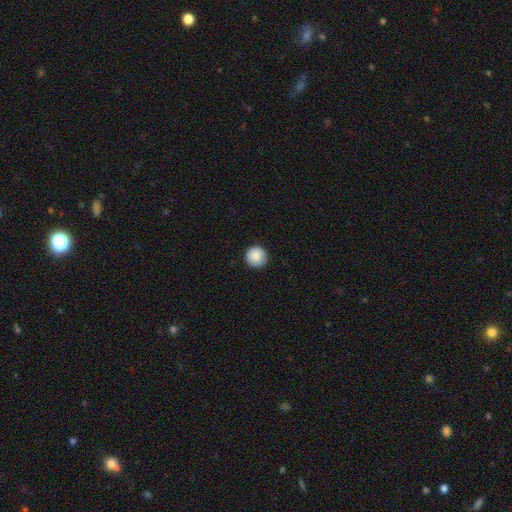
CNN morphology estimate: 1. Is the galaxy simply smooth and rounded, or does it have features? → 87% smooth, 8% star or artifact, 5% featured or disk.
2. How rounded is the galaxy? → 96% round, 3% in between, 1% cigar-shaped.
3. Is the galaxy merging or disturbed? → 92% none, 6% minor disturbance, 1% major disturbance, 1% merger.